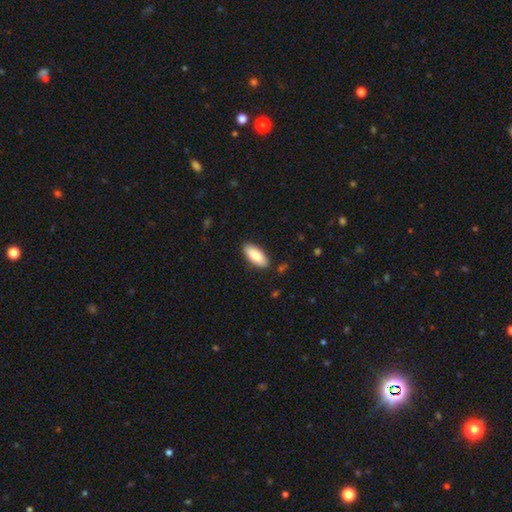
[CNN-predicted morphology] Overall: smooth (82%). How rounded: in between (85%). Merging: none (88%).